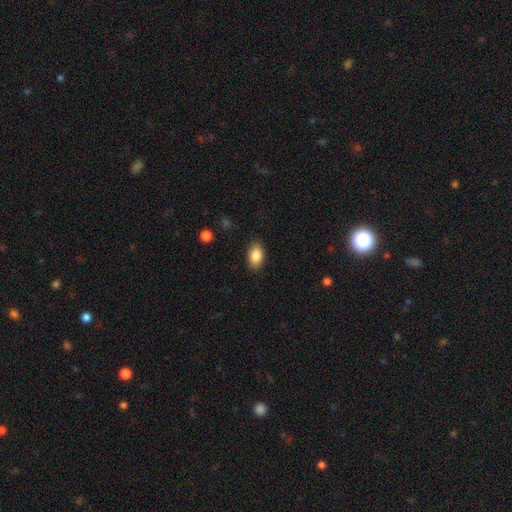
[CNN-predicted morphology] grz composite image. It shows a smooth galaxy with no disk features (86%) that is in between round and cigar-shaped (90%). Merging: none (87%).